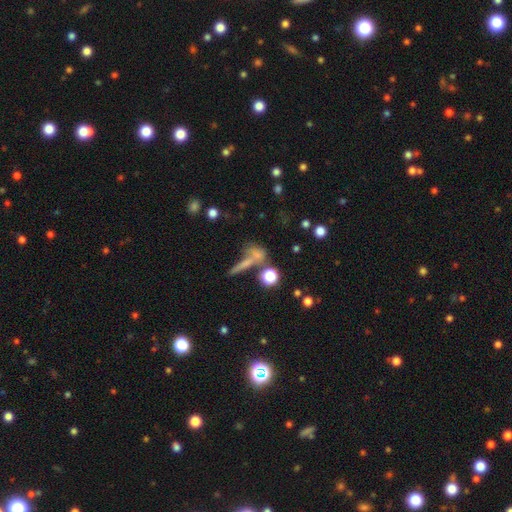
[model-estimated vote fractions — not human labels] This is possibly a smooth galaxy (60%). How rounded: marginally round (39%). Merging: possibly none (46%).